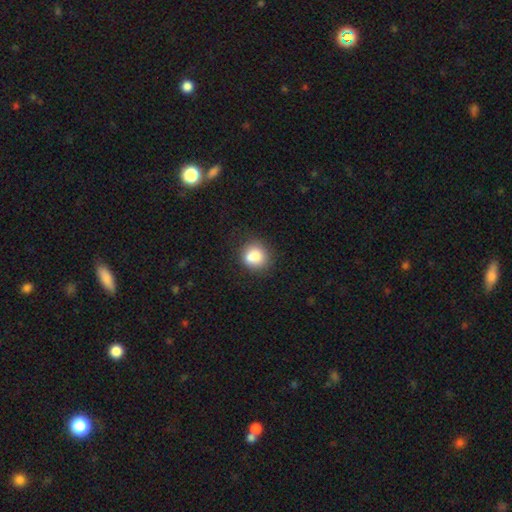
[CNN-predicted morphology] This is likely a smooth galaxy (79%). How rounded: clearly round (80%). Merging: likely none (61%).